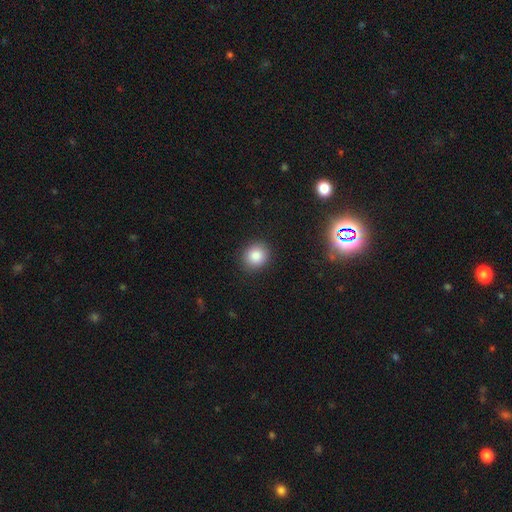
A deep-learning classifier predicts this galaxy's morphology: This is clearly a smooth galaxy (85%). How rounded: clearly round (82%). Merging: clearly none (89%).